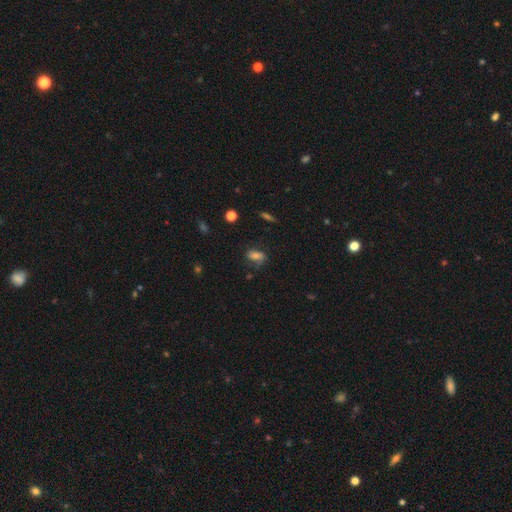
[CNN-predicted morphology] Smooth or featured? Predicted: smooth (p=0.60). How rounded? Predicted: in between (p=0.79). Merging? Predicted: none (p=0.56).